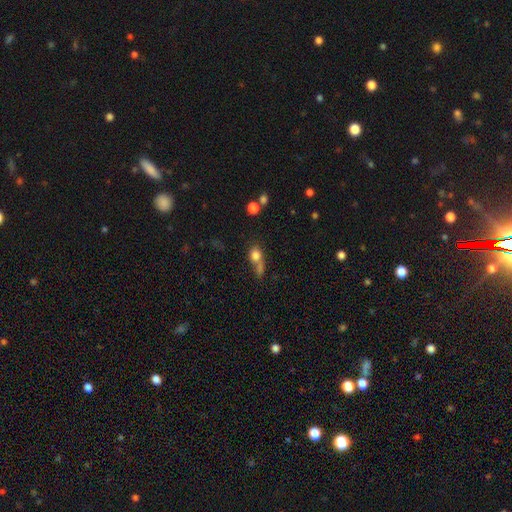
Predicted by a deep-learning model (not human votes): Smooth or featured? Predicted: smooth (p=0.76). How rounded? Predicted: round (p=0.58). Merging? Predicted: merger (p=0.41).